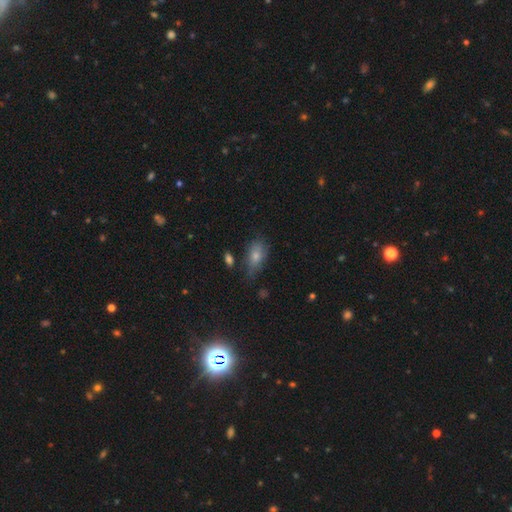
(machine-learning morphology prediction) Smooth or featured: smooth — 77% (featured or disk — 15%)
How rounded: in between — 87% (round — 10%)
Merging: none — 55% (minor disturbance — 30%)